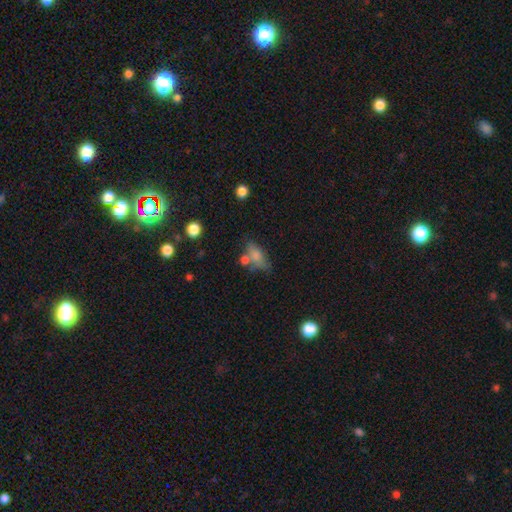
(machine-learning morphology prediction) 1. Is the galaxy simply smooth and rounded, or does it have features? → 73% smooth, 17% featured or disk, 10% star or artifact.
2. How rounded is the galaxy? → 81% in between, 12% cigar-shaped, 7% round.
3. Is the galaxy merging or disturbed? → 45% none, 23% merger, 21% minor disturbance, 10% major disturbance.